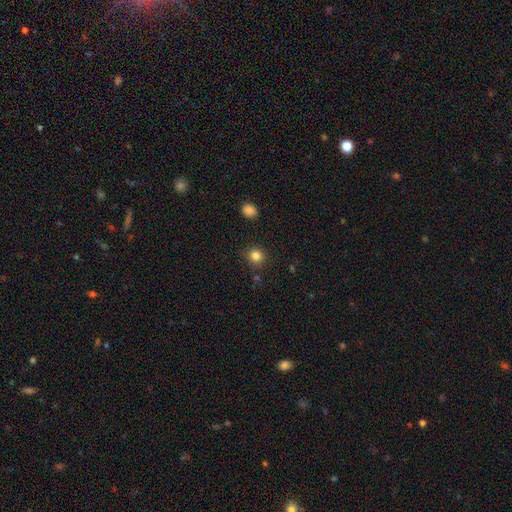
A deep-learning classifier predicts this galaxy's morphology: The model was most divided on "smooth or featured": smooth: 83%, star or artifact: 13%, featured or disk: 5%. More confident: how rounded — round (88%); merging — none (87%).